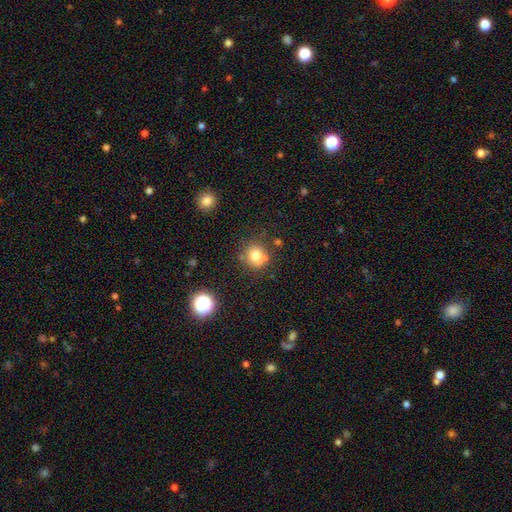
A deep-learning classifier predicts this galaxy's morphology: Smooth or featured: smooth — 75% (star or artifact — 13%)
How rounded: round — 85% (in between — 14%)
Merging: none — 67% (minor disturbance — 15%)